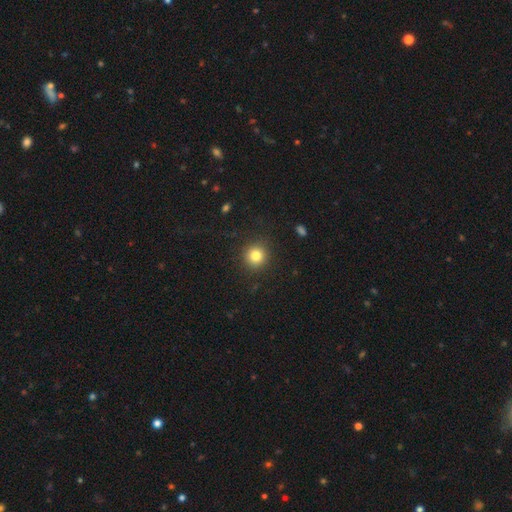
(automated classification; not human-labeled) smooth_or_featured: smooth (p=0.82) [alt: star or artifact p=0.12]
how_rounded: round (p=0.93) [alt: in between p=0.06]
merging: none (p=0.90) [alt: minor disturbance p=0.06]